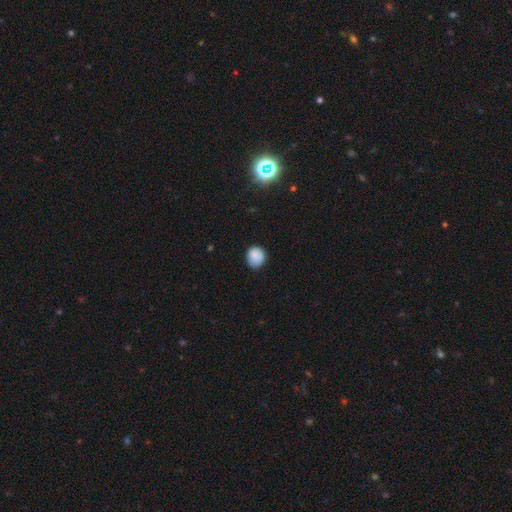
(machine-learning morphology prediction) The model was most divided on "how rounded": round: 75%, in between: 24%, cigar-shaped: 1%. More confident: smooth or featured — smooth (85%); merging — none (73%).